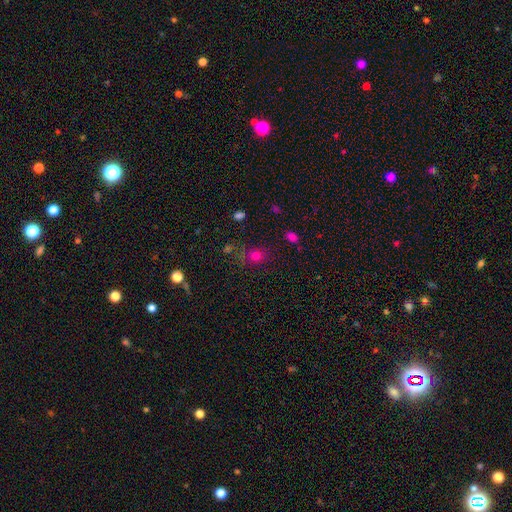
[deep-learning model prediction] Q: Smooth or featured?
A: smooth (71%); runner-up: star or artifact (21%)
Q: How rounded?
A: round (67%); runner-up: in between (32%)
Q: Merging?
A: none (71%); runner-up: minor disturbance (16%)